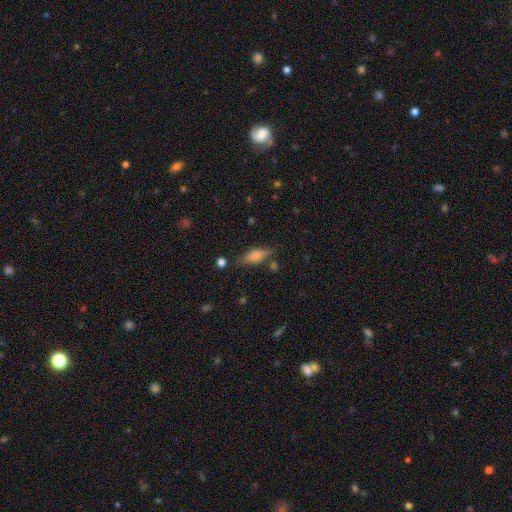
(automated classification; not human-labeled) Morphology: type=smooth (69%); roundness=in between (64%); merging=none (73%).